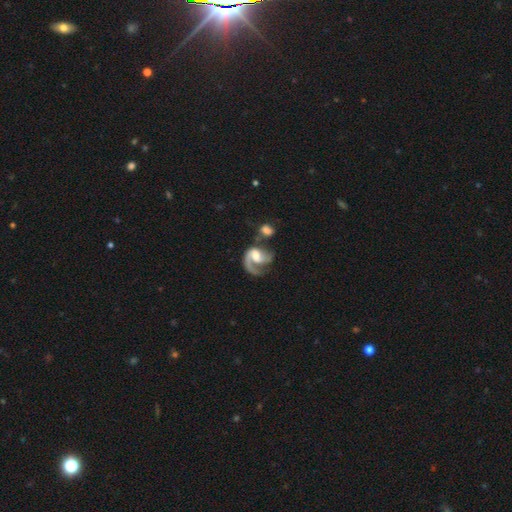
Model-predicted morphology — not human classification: Smooth or featured? Predicted: featured or disk (p=0.84). Edge-on disk? Predicted: no (p=0.98). Bar? Predicted: no (p=0.45). Spiral arms? Predicted: yes (p=0.94). Spiral winding? Predicted: medium (p=0.44). Spiral arm count? Predicted: 1 (p=0.59). Bulge size? Predicted: moderate (p=0.53). Merging? Predicted: none (p=0.31).